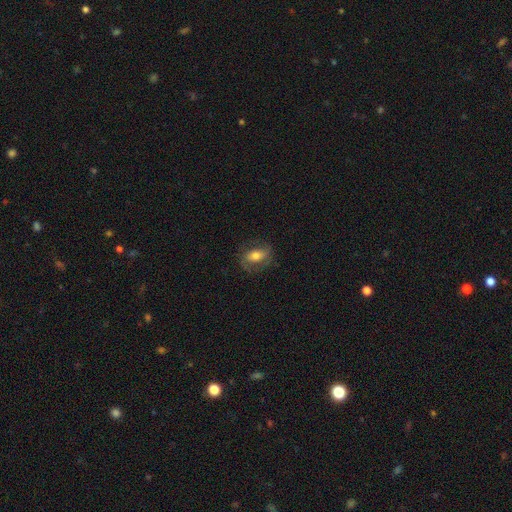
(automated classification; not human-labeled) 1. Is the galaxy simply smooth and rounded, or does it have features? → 50% smooth, 42% featured or disk, 8% star or artifact.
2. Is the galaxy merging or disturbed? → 69% none, 19% minor disturbance, 11% major disturbance, 1% merger.